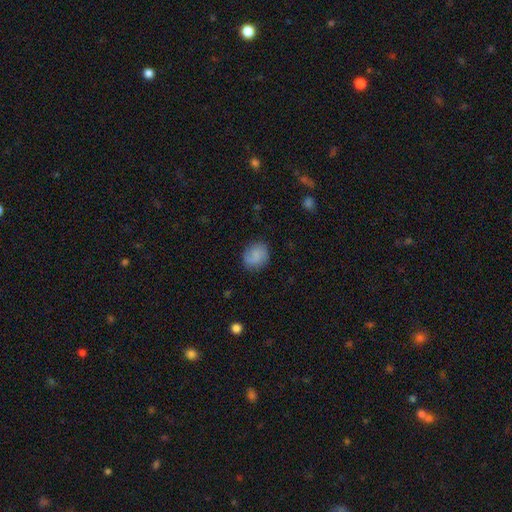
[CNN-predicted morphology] smooth 82%, featured or disk 10%, star or artifact 8%. Down the decision tree: how rounded — round (66%); merging — none (80%).